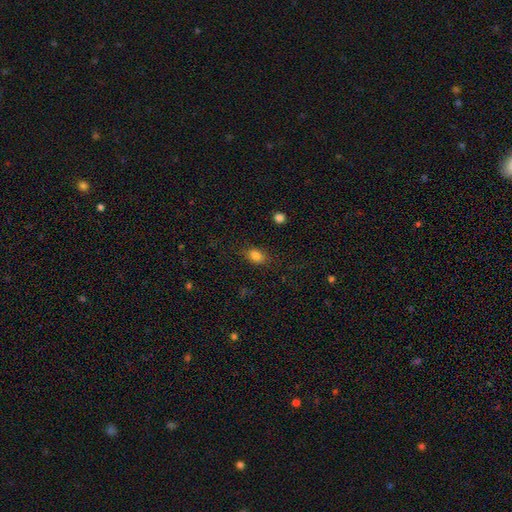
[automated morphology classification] A smooth galaxy with no disk features (83%) that is in between round and cigar-shaped (73%). Merging: none (81%).